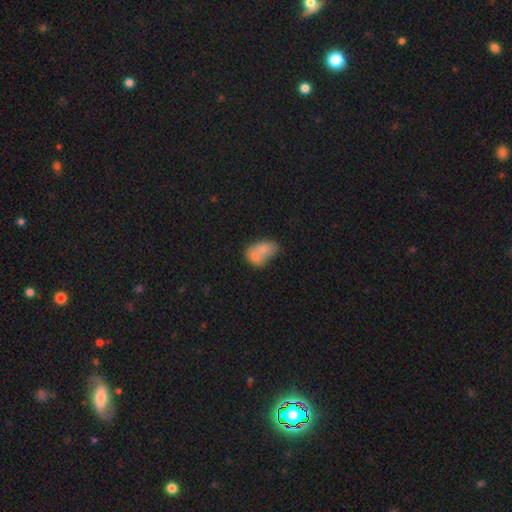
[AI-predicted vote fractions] smooth 60%, featured or disk 21%, star or artifact 19%. Down the decision tree: how rounded — in between (68%); merging — merger (51%).